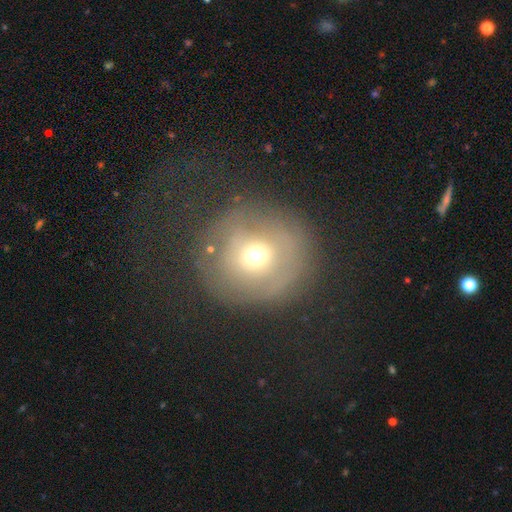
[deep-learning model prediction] Smooth or featured: smooth — 55% (featured or disk — 31%)
How rounded: round — 90% (in between — 9%)
Merging: none — 63% (minor disturbance — 18%)